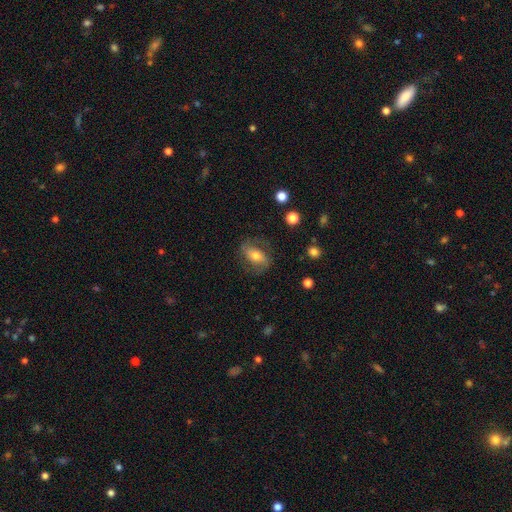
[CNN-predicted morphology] The model was most divided on "bar": no: 42%, weak: 33%, strong: 25%. More confident: edge-on disk — no (94%); spiral arms — yes (83%); merging — none (72%); bulge size — moderate (63%); smooth or featured — featured or disk (58%).